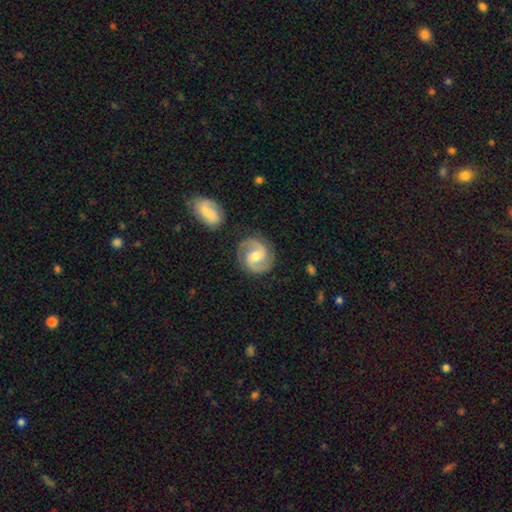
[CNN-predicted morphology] Overall: featured or disk (85%). Edge-on disk: no (98%). Bar: weak (47%; no 39%). Spiral arms: yes (97%). Spiral arm count: 2 (93%). Spiral winding: medium (56%; tight 31%). Bulge size: moderate (68%). Merging: none (84%).